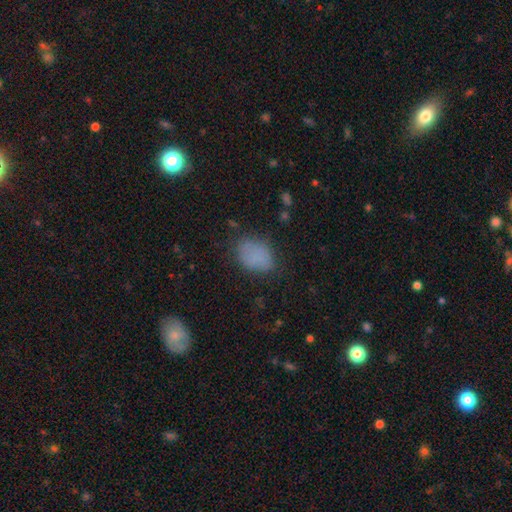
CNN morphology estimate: Q: Smooth or featured?
A: smooth (81%); runner-up: star or artifact (12%)
Q: How rounded?
A: in between (71%); runner-up: round (27%)
Q: Merging?
A: none (71%); runner-up: minor disturbance (21%)